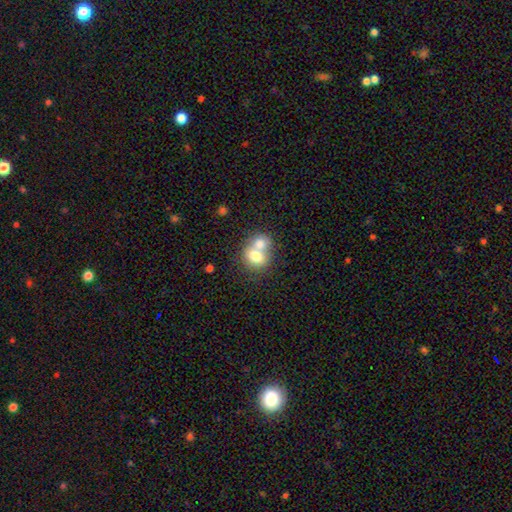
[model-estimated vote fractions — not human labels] Overall: smooth (72%). How rounded: round (56%; in between 43%). Merging: merger (68%).